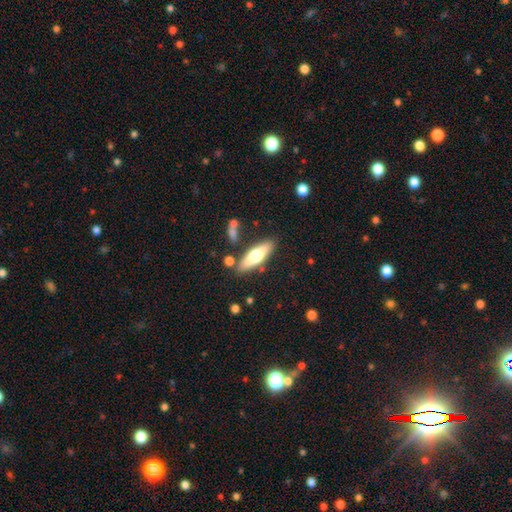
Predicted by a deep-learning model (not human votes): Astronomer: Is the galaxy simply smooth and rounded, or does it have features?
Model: smooth — 56% (runner-up: featured or disk, 39%).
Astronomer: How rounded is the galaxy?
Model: cigar-shaped — 55% (runner-up: in between, 43%).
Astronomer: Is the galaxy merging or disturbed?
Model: none — 80%.